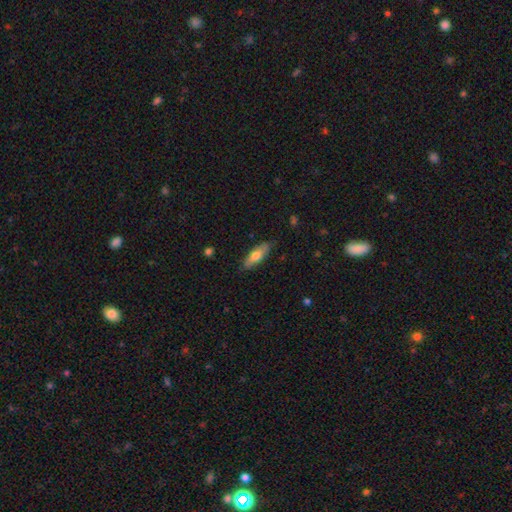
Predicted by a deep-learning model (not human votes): smooth_or_featured: smooth (p=0.68) [alt: featured or disk p=0.27]
how_rounded: in between (p=0.59) [alt: cigar-shaped p=0.39]
merging: none (p=0.82) [alt: minor disturbance p=0.14]